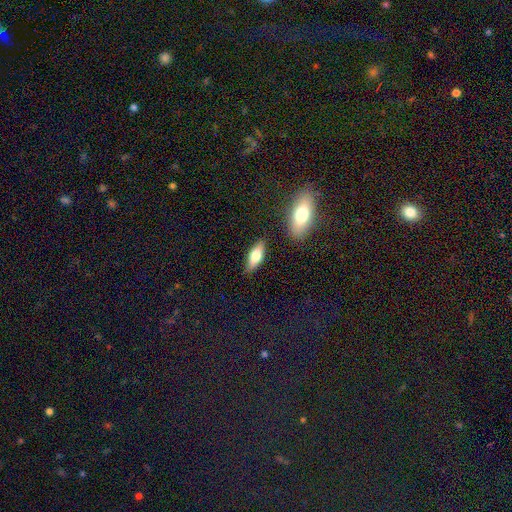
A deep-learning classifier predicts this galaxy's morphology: The model was most divided on "smooth or featured": smooth: 64%, featured or disk: 30%, star or artifact: 6%. More confident: merging — none (84%); how rounded — in between (68%).